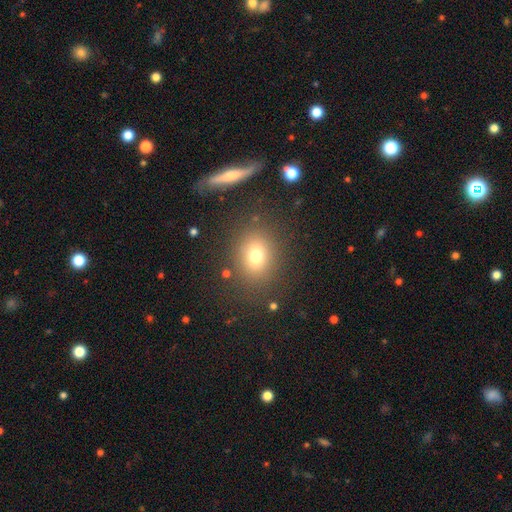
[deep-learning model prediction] Smooth or featured? smooth (73%)
How rounded? round (52%)
Merging? none (82%)